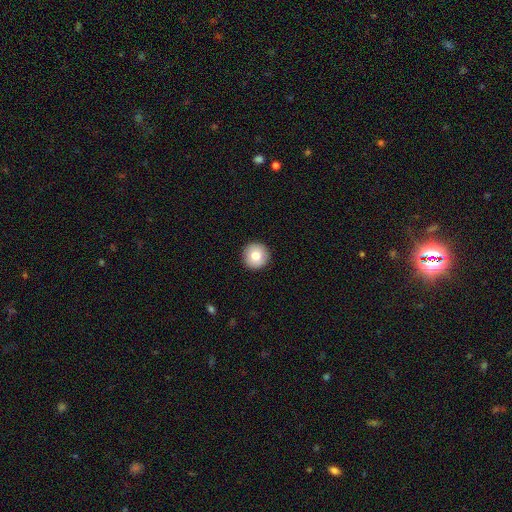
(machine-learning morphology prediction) smooth-or-featured: smooth: 79% | featured or disk: 12% | star or artifact: 8%
  how-rounded: round: 96% | in between: 3% | cigar-shaped: 1%
  merging: none: 93% | minor disturbance: 5% | major disturbance: 1% | merger: 1%